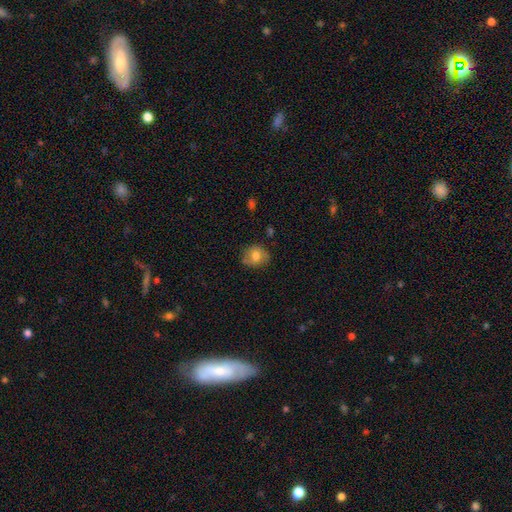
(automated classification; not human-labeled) Smooth or featured: smooth — 74% (featured or disk — 18%)
How rounded: round — 73% (in between — 26%)
Merging: none — 75% (minor disturbance — 18%)